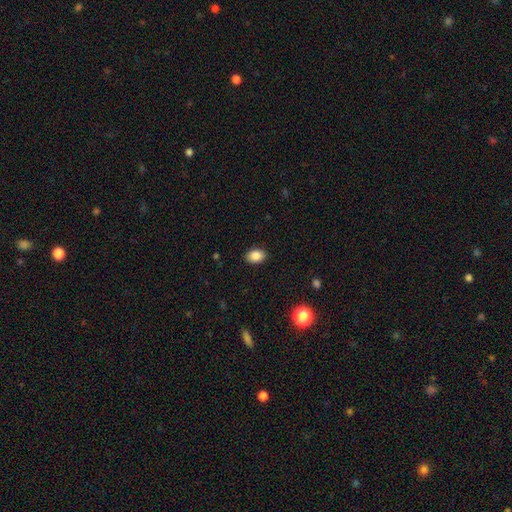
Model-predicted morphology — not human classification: Smooth or featured? Predicted: smooth (p=0.86). How rounded? Predicted: in between (p=0.85). Merging? Predicted: none (p=0.88).